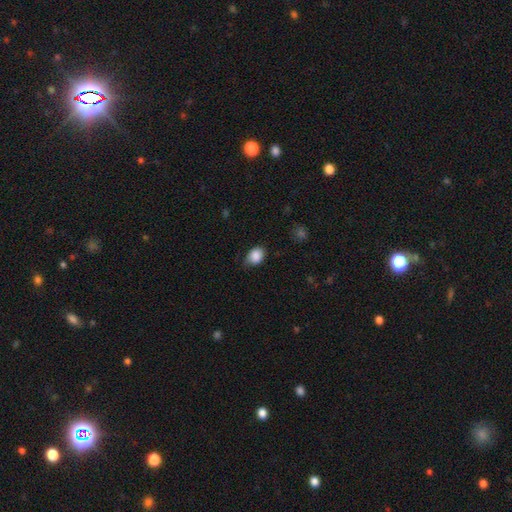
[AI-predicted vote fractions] A smooth galaxy with no disk features (87%) that is in between round and cigar-shaped (69%).

Vote fractions:
- Smooth or featured? smooth: 87% / star or artifact: 8% / featured or disk: 5%
- How rounded? in between: 69% / round: 29% / cigar-shaped: 1%
- Merging? none: 59% / minor disturbance: 33% / major disturbance: 6% / merger: 1%